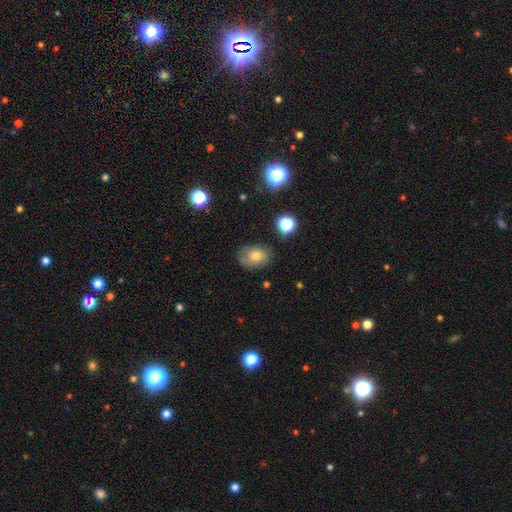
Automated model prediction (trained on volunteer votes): Smooth or featured? Predicted: smooth (p=0.71). How rounded? Predicted: in between (p=0.71). Merging? Predicted: none (p=0.68).